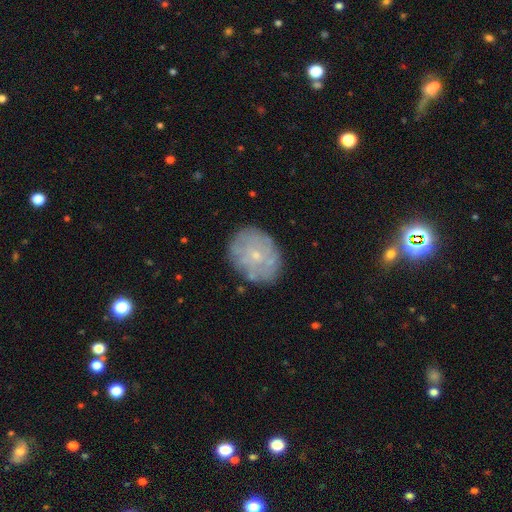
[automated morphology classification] A featured or disk galaxy (50%).

Vote fractions:
- Smooth or featured? featured or disk: 50% / smooth: 41% / star or artifact: 9%
- Edge-on disk? no: 97% / yes: 3%
- Merging? none: 77% / minor disturbance: 16% / major disturbance: 5% / merger: 2%